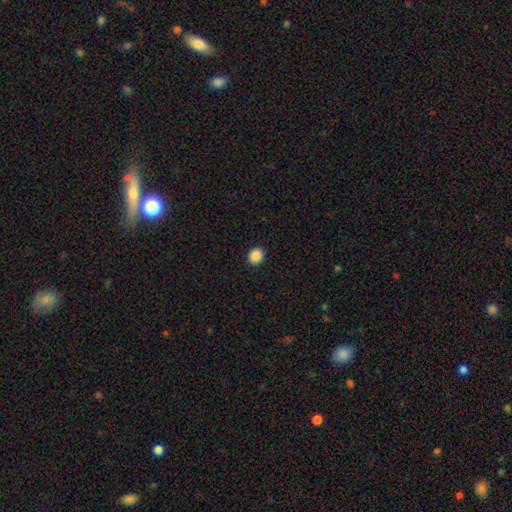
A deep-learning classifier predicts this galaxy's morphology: This appears to be a smooth galaxy with no disk features (88%) that is round (73%). Merging: none (93%).